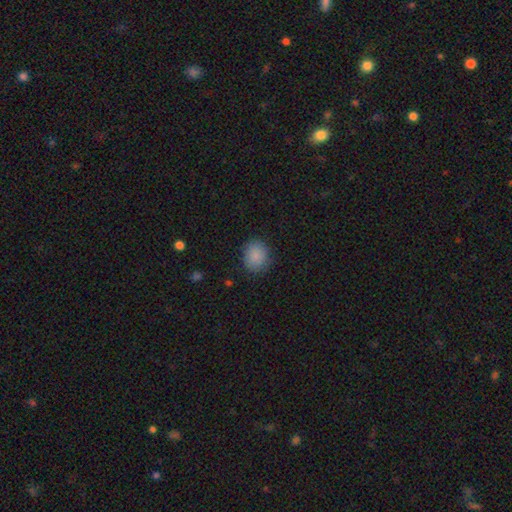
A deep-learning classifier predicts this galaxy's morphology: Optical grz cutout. It shows a smooth galaxy with no disk features (87%) that is round (73%). Merging: none (83%).